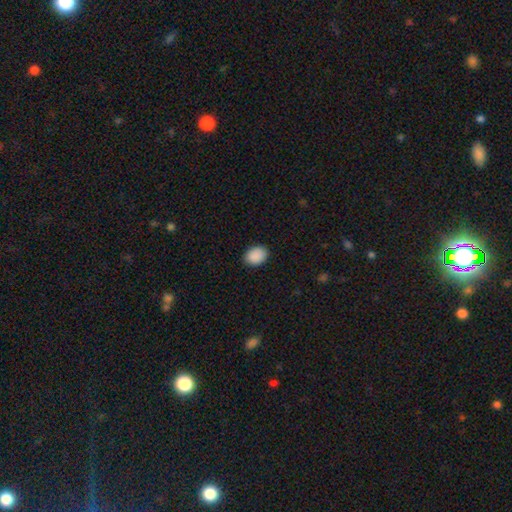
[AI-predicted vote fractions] smooth_or_featured: smooth (p=0.90) [alt: star or artifact p=0.07]
how_rounded: in between (p=0.68) [alt: round p=0.31]
merging: none (p=0.88) [alt: minor disturbance p=0.09]